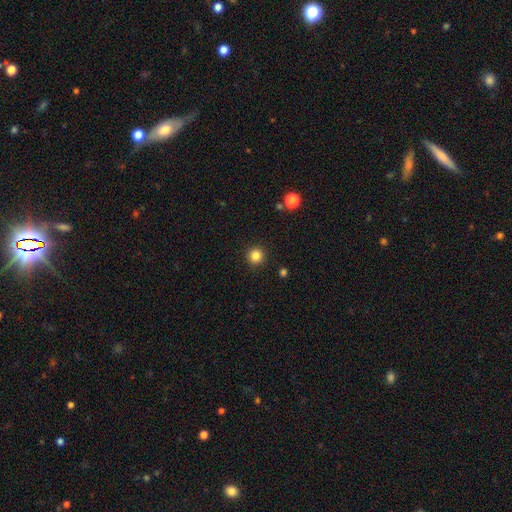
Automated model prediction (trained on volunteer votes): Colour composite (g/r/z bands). It shows a smooth galaxy with no disk features (84%) that is round (96%). Merging: none (93%).